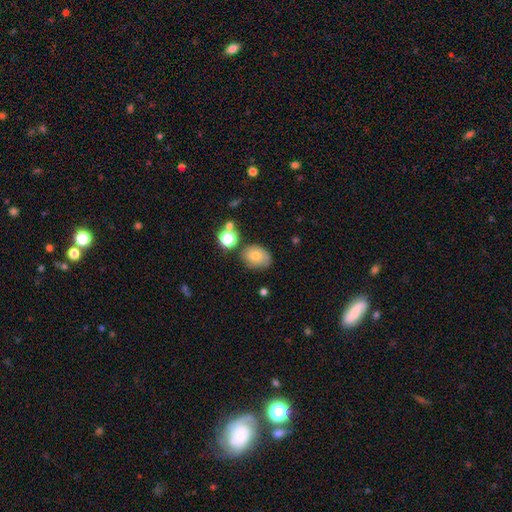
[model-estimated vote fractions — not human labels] smooth-or-featured: smooth: 75% | featured or disk: 14% | star or artifact: 11%
  how-rounded: in between: 64% | round: 35% | cigar-shaped: 1%
  merging: none: 68% | minor disturbance: 20% | merger: 7% | major disturbance: 6%